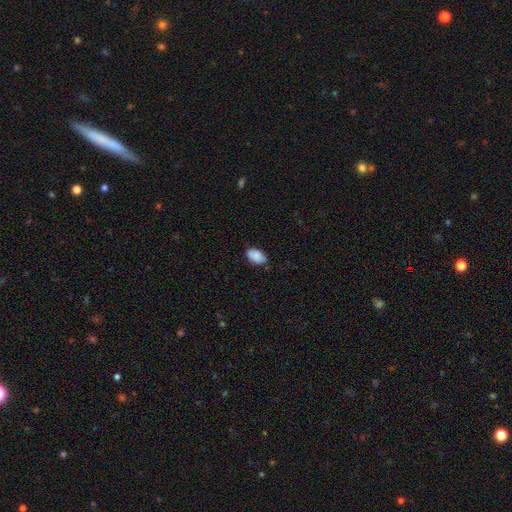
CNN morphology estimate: The model was most divided on "merging": none: 76%, minor disturbance: 19%, major disturbance: 3%, merger: 2%. More confident: how rounded — in between (93%); smooth or featured — smooth (85%).